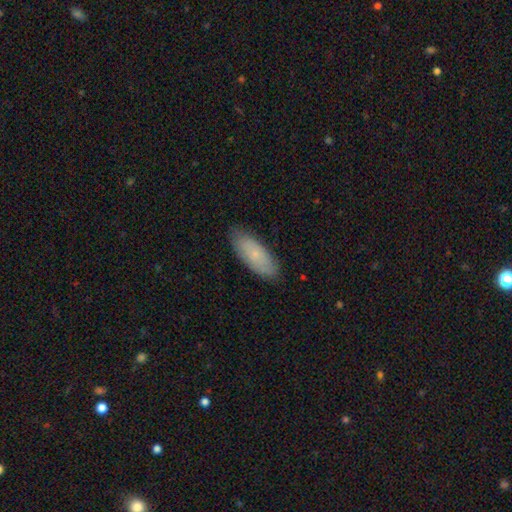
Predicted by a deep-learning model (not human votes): Smooth or featured: smooth — 72% (featured or disk — 21%)
How rounded: in between — 76% (cigar-shaped — 22%)
Merging: none — 83% (minor disturbance — 13%)